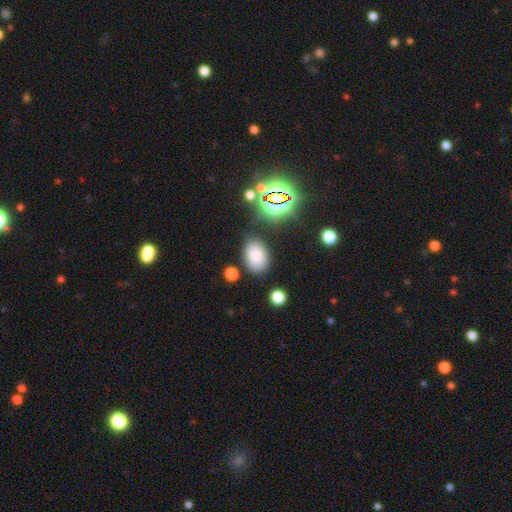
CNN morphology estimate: smooth 77%, star or artifact 14%, featured or disk 9%. Down the decision tree: how rounded — in between (86%); merging — none (76%).